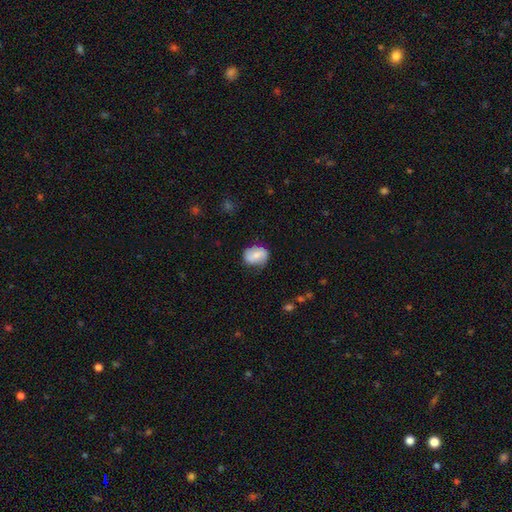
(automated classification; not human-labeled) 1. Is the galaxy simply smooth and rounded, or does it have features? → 58% smooth, 34% featured or disk, 8% star or artifact.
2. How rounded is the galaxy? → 52% in between, 47% round, 1% cigar-shaped.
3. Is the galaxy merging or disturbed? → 70% none, 23% minor disturbance, 6% major disturbance, 1% merger.